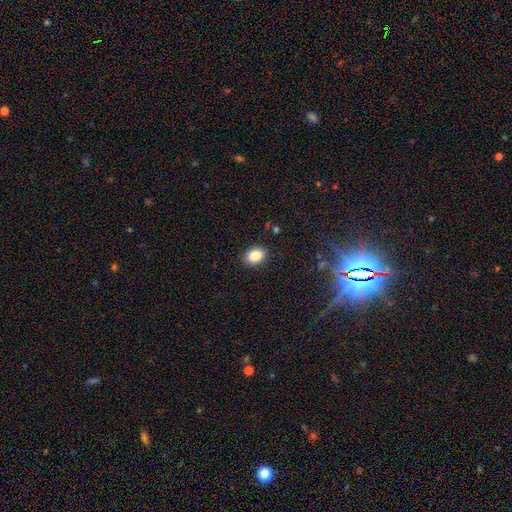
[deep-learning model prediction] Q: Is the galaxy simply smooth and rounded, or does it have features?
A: smooth — 86%.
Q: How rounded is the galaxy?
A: in between — 71%.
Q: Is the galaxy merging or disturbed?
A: none — 88%.